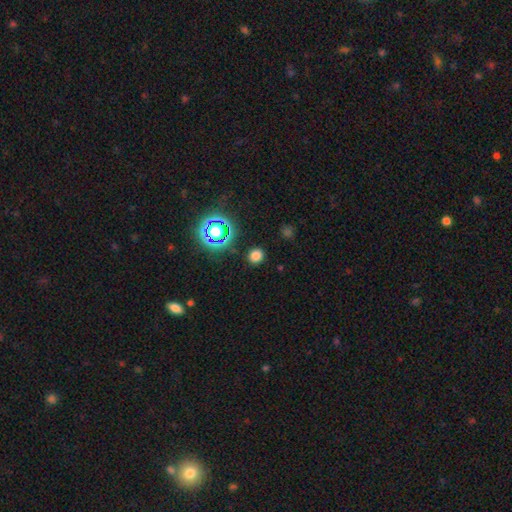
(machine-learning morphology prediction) The model was most divided on "smooth or featured": smooth: 73%, star or artifact: 22%, featured or disk: 5%. More confident: merging — none (89%); how rounded — round (82%).